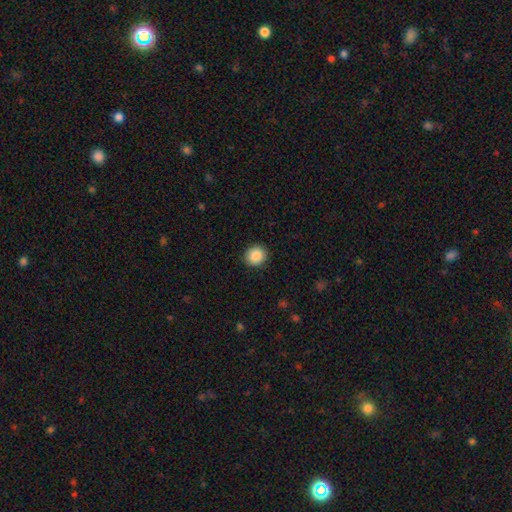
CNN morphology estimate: Q: Smooth or featured?
A: smooth (88%); runner-up: star or artifact (8%)
Q: How rounded?
A: round (85%); runner-up: in between (14%)
Q: Merging?
A: none (90%); runner-up: minor disturbance (7%)